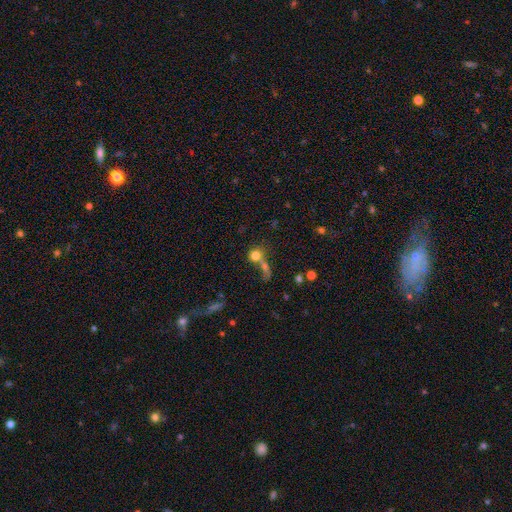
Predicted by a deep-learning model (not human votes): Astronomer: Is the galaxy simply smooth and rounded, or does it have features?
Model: smooth — 73%.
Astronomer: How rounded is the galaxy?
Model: round — 80%.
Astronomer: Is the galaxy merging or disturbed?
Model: merger — 48% (runner-up: none, 33%).